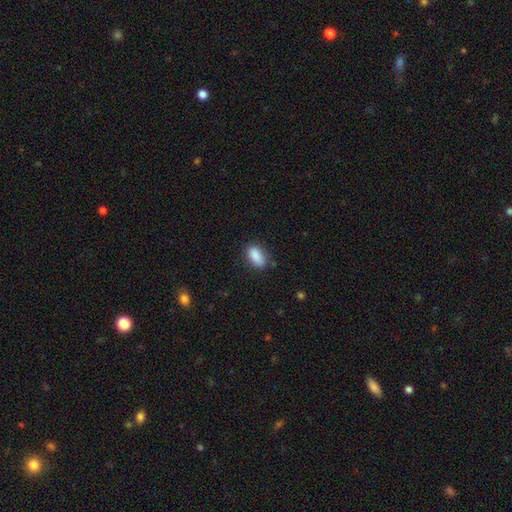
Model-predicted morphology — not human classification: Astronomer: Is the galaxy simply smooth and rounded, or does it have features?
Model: smooth — 88%.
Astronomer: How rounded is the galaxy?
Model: in between — 89%.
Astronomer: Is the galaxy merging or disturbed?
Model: none — 76%.